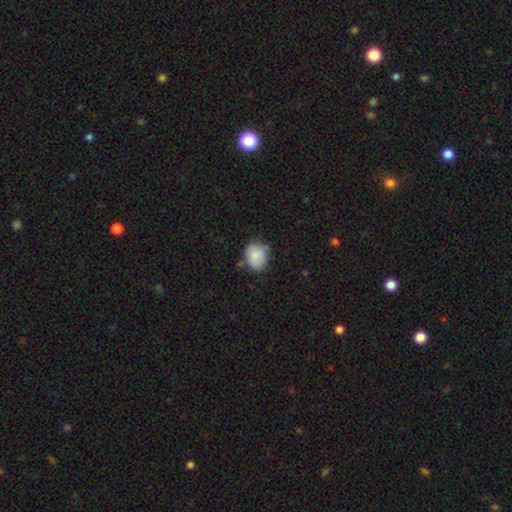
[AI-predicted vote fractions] Overall: smooth (83%). How rounded: round (52%; in between 47%). Merging: none (55%; minor disturbance 33%).